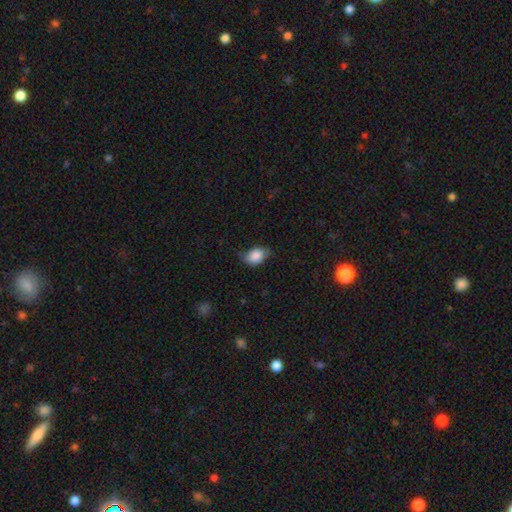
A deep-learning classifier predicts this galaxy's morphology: The model was most divided on "merging": none: 56%, minor disturbance: 34%, major disturbance: 9%, merger: 1%. More confident: smooth or featured — smooth (83%); how rounded — in between (79%).